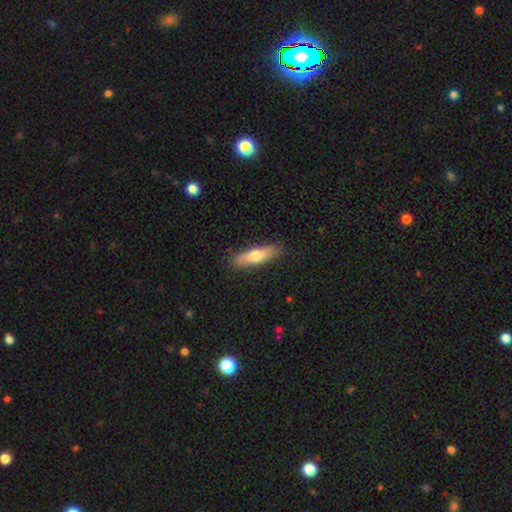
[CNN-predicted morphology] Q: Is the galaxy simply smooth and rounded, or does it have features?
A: smooth — 67%.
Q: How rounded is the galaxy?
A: cigar-shaped — 68%.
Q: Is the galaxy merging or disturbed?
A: none — 87%.